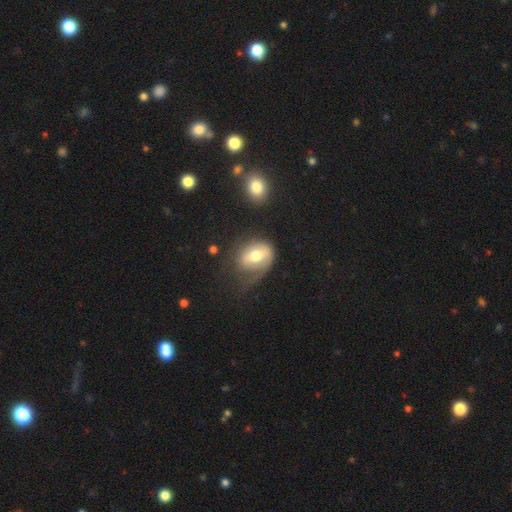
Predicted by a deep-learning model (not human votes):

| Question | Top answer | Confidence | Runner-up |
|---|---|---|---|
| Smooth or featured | smooth | 59% | featured or disk (34%) |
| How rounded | in between | 58% | round (41%) |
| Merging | none | 35% | major disturbance (33%) |